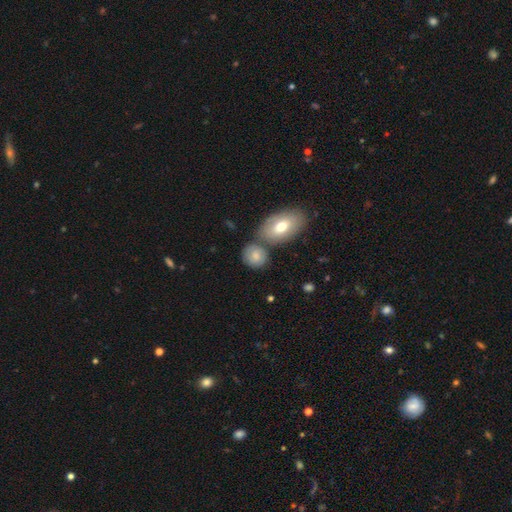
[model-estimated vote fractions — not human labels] A smooth galaxy with no disk features (74%) that is round (64%). Merging: none (57%).